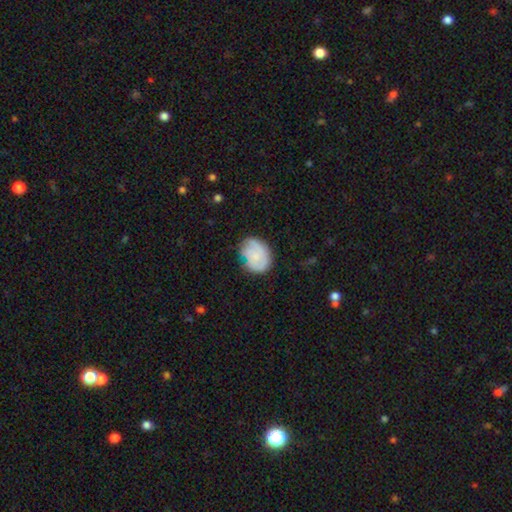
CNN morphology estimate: Smooth or featured: smooth — 54% (featured or disk — 39%)
How rounded: in between — 52% (round — 47%)
Merging: none — 58% (minor disturbance — 29%)